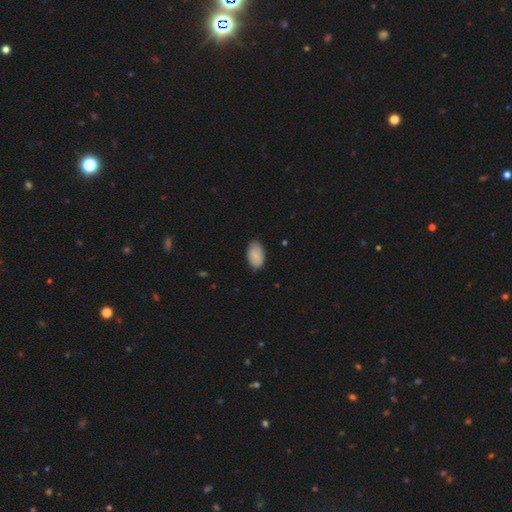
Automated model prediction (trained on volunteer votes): A smooth galaxy with no disk features (88%) that is in between round and cigar-shaped (94%).

Vote fractions:
- Smooth or featured? smooth: 88% / star or artifact: 6% / featured or disk: 6%
- How rounded? in between: 94% / round: 4% / cigar-shaped: 1%
- Merging? none: 80% / minor disturbance: 16% / major disturbance: 3% / merger: 1%